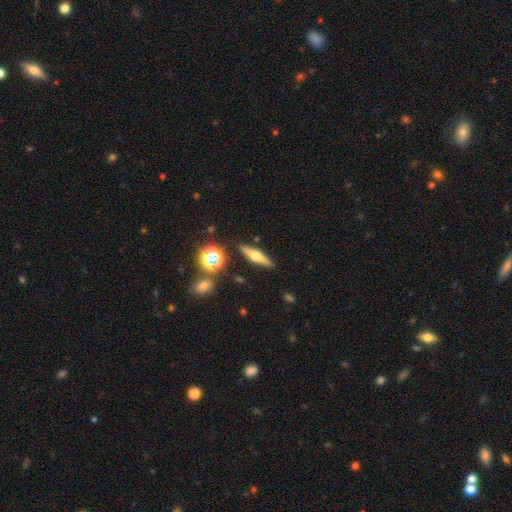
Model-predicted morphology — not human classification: This is possibly a featured or disk galaxy (54%). It is clearly viewed edge-on (94%). Edge-on bulge: clearly rounded (92%). Merging: clearly none (88%).